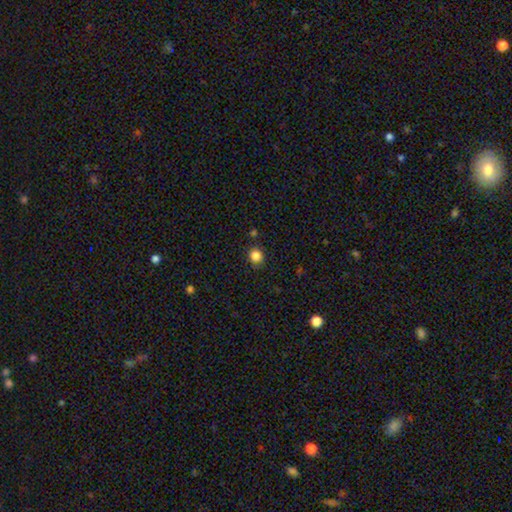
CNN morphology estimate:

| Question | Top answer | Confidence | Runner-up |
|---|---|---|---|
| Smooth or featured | smooth | 84% | star or artifact (12%) |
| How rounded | round | 85% | in between (14%) |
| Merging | none | 85% | minor disturbance (10%) |